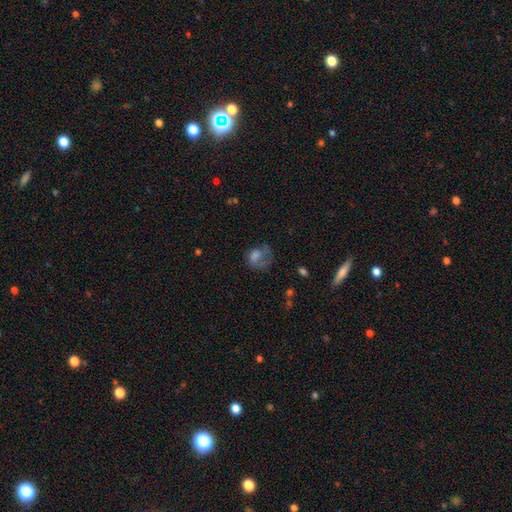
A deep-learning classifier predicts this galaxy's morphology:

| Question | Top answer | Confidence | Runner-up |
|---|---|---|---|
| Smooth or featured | smooth | 50% | featured or disk (35%) |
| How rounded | round | 50% | in between (49%) |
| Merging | major disturbance | 41% | none (35%) |